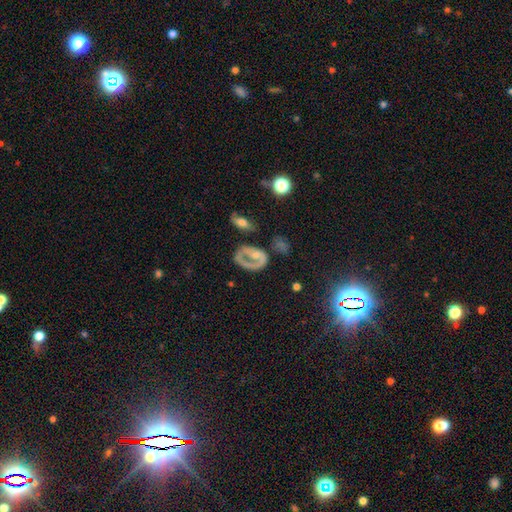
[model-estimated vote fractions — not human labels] Smooth or featured: featured or disk — 58% (smooth — 31%)
Edge-on disk: no — 95% (yes — 5%)
Bar: no — 75% (weak — 17%)
Spiral arms: no — 71% (yes — 29%)
Bulge size: small — 38% (moderate — 34%)
Merging: none — 41% (major disturbance — 31%)